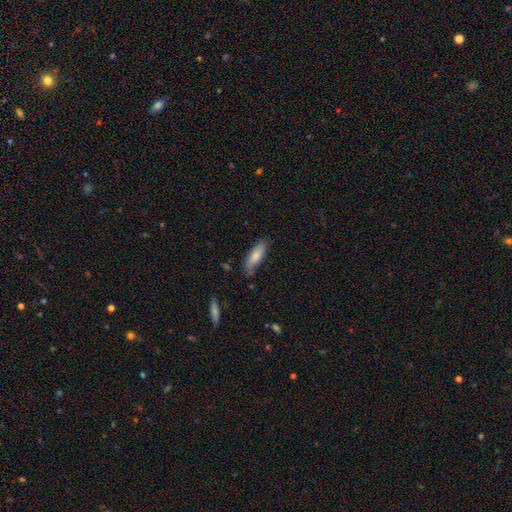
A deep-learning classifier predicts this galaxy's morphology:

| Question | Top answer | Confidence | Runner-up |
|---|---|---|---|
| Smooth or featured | smooth | 78% | featured or disk (16%) |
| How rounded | in between | 55% | cigar-shaped (43%) |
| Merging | none | 73% | minor disturbance (21%) |